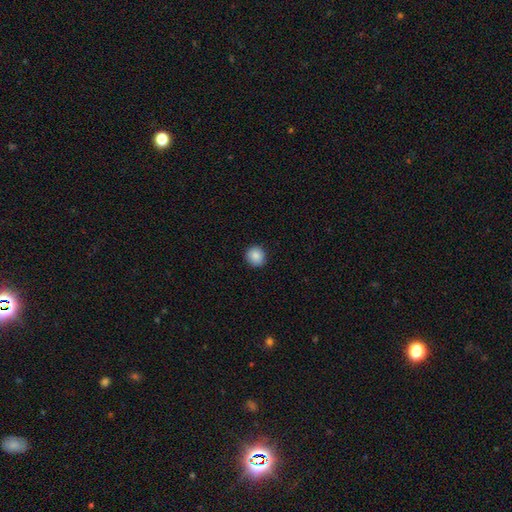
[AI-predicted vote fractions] Smooth or featured? smooth (87%)
How rounded? round (93%)
Merging? none (92%)